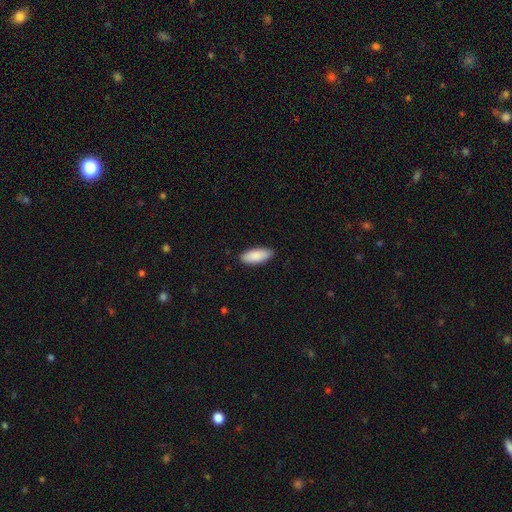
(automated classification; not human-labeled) This appears to be a smooth galaxy with no disk features (90%) that is in between round and cigar-shaped (82%). Merging: none (87%).